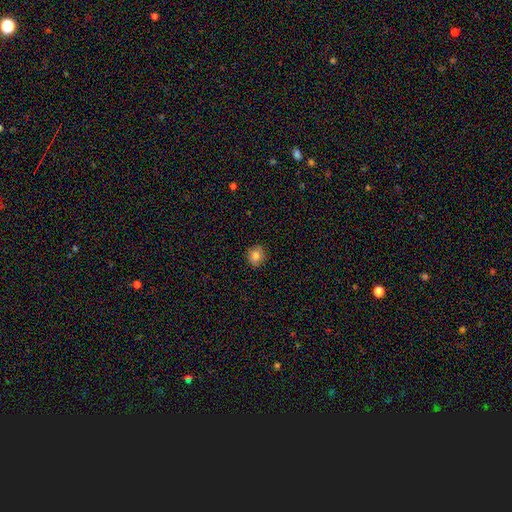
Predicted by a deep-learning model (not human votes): Smooth or featured? smooth (81%)
How rounded? round (81%)
Merging? none (88%)